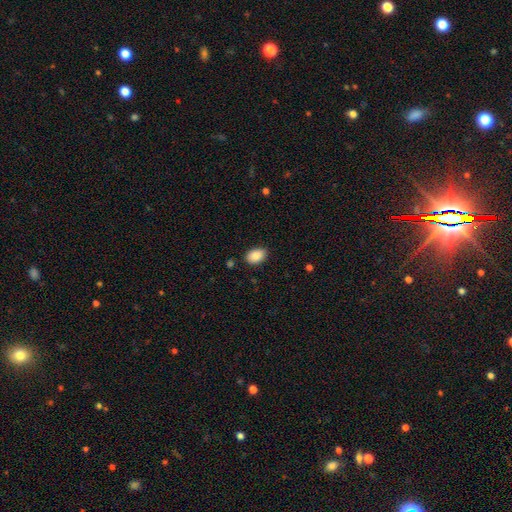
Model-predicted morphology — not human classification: This appears to be a smooth galaxy with no disk features (89%) that is in between round and cigar-shaped (84%). Merging: none (86%).